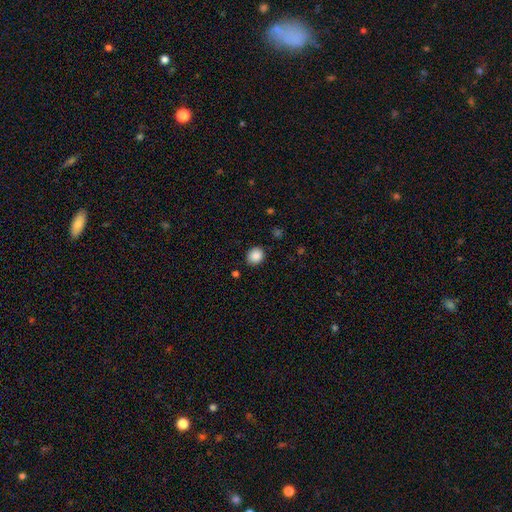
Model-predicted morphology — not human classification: Smooth or featured? Predicted: smooth (p=0.88). How rounded? Predicted: round (p=0.73). Merging? Predicted: none (p=0.86).